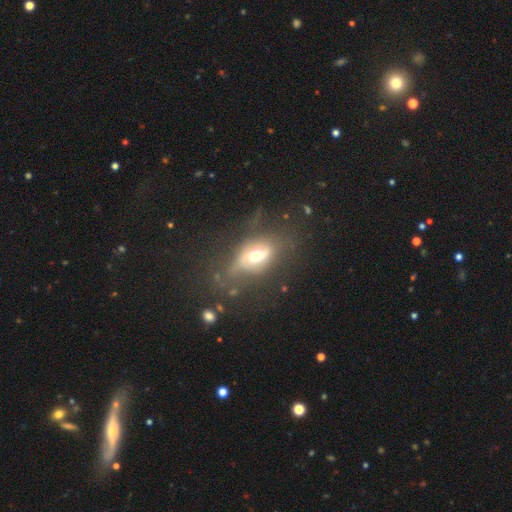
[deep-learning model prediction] featured or disk 64%, smooth 26%, star or artifact 10%. Down the decision tree: edge-on disk — no (82%); bar — no (42%); spiral arms — yes (59%); bulge size — moderate (61%); merging — none (44%).